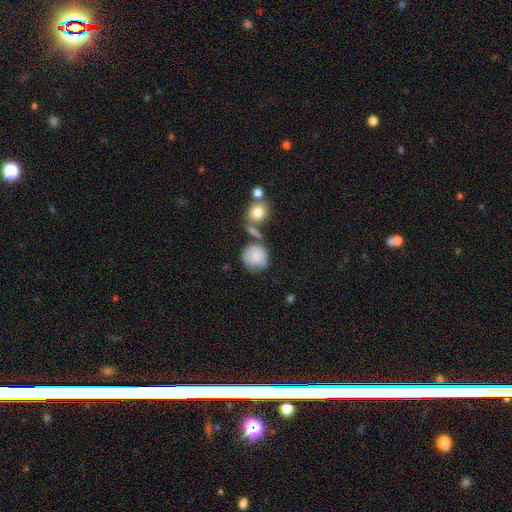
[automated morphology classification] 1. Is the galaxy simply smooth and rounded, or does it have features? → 80% smooth, 11% featured or disk, 8% star or artifact.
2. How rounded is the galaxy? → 80% round, 19% in between, 1% cigar-shaped.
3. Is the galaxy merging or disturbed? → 51% none, 23% minor disturbance, 17% merger, 10% major disturbance.